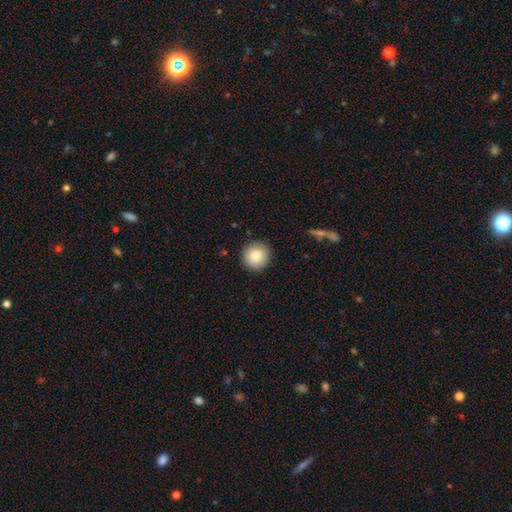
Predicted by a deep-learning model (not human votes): Q: Smooth or featured?
A: smooth (78%); runner-up: featured or disk (13%)
Q: How rounded?
A: round (96%); runner-up: in between (3%)
Q: Merging?
A: none (92%); runner-up: minor disturbance (5%)